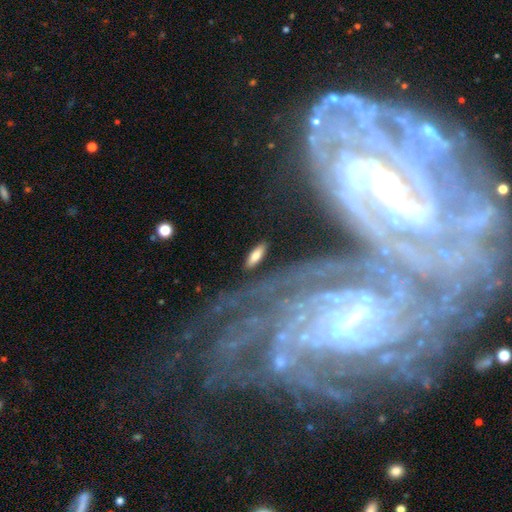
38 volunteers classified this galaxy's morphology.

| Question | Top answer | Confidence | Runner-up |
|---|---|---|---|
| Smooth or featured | smooth | 82% | featured or disk (13%) |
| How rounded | in between | 65% | cigar-shaped (35%) |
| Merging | none | 86% | minor disturbance (8%) |